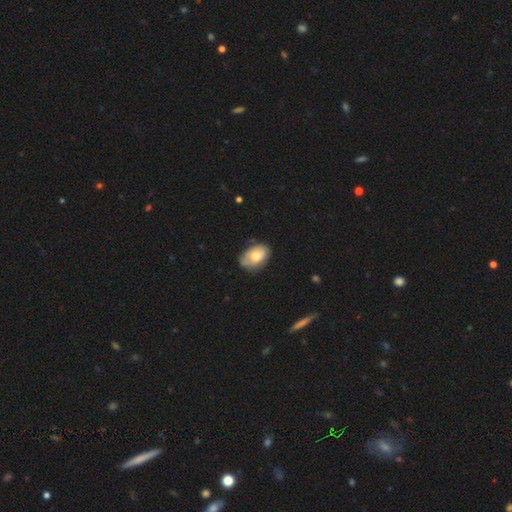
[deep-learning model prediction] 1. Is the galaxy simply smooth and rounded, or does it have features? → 62% smooth, 32% featured or disk, 7% star or artifact.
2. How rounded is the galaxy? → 84% in between, 15% round, 1% cigar-shaped.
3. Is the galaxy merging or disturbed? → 66% none, 27% minor disturbance, 6% major disturbance, 2% merger.